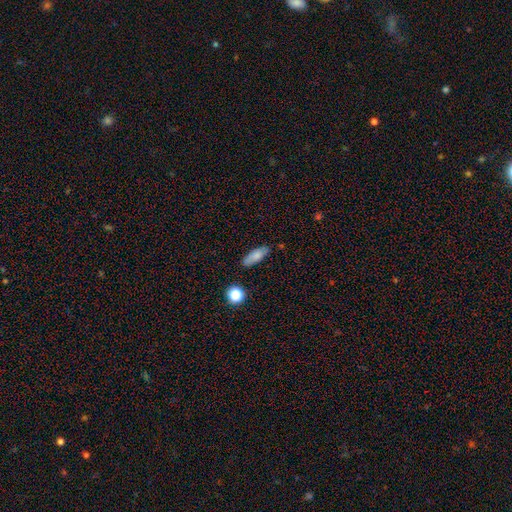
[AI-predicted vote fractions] This is likely a smooth galaxy (79%). How rounded: likely in between (67%). Merging: likely none (79%).